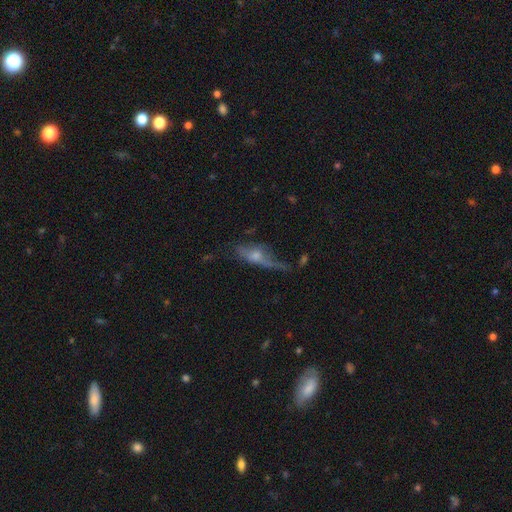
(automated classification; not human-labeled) featured or disk 53%, smooth 34%, star or artifact 13%. Down the decision tree: edge-on disk — yes (62%); merging — none (38%).